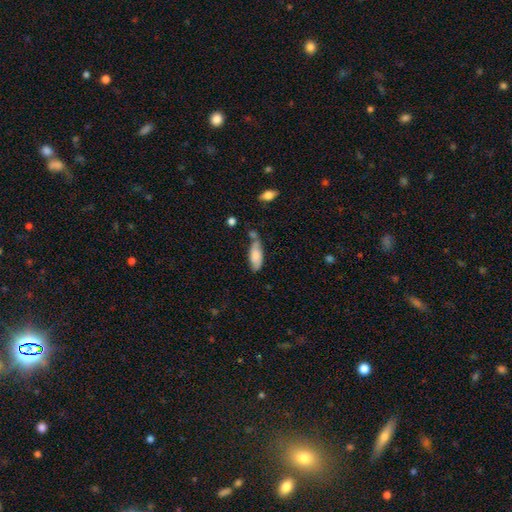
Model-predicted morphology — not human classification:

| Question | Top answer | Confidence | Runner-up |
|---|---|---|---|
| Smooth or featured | smooth | 76% | featured or disk (18%) |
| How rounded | in between | 69% | cigar-shaped (29%) |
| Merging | none | 53% | minor disturbance (26%) |